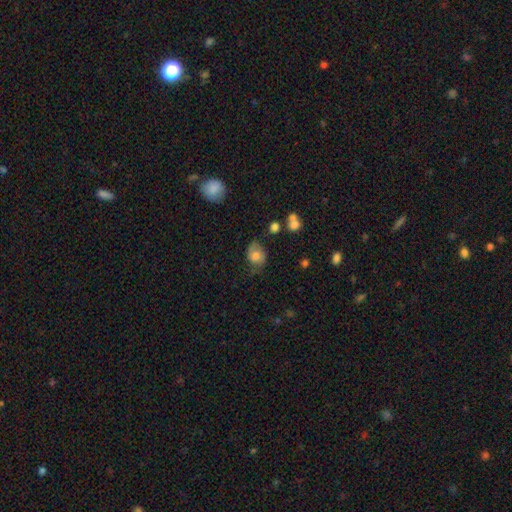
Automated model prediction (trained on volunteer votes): Smooth or featured: smooth — 65% (featured or disk — 26%)
How rounded: in between — 57% (round — 42%)
Merging: none — 51% (minor disturbance — 31%)